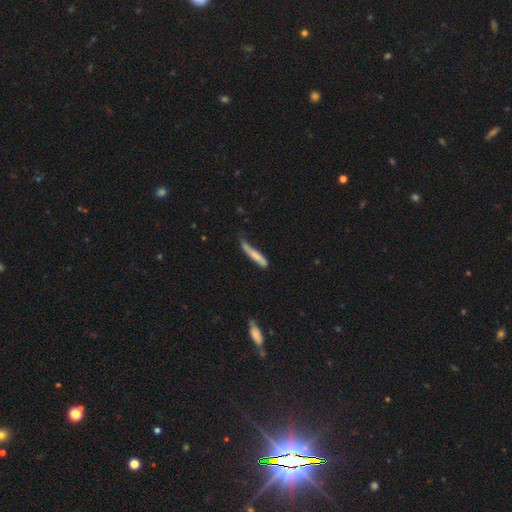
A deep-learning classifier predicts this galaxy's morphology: The model was most divided on "merging": none: 48%, minor disturbance: 36%, major disturbance: 11%, merger: 4%. More confident: how rounded — cigar-shaped (90%); smooth or featured — smooth (69%).